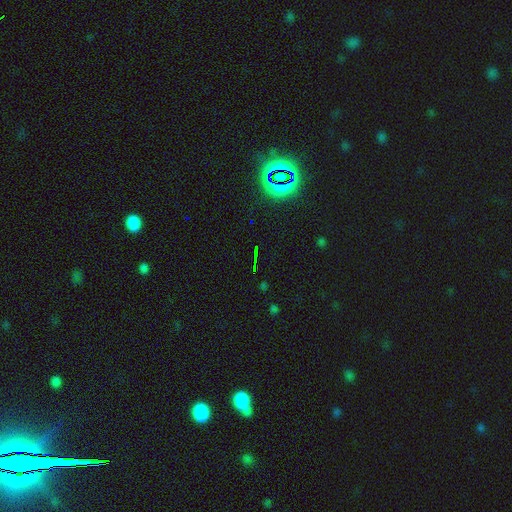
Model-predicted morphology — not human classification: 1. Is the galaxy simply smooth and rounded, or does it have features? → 76% star or artifact, 12% featured or disk, 12% smooth.